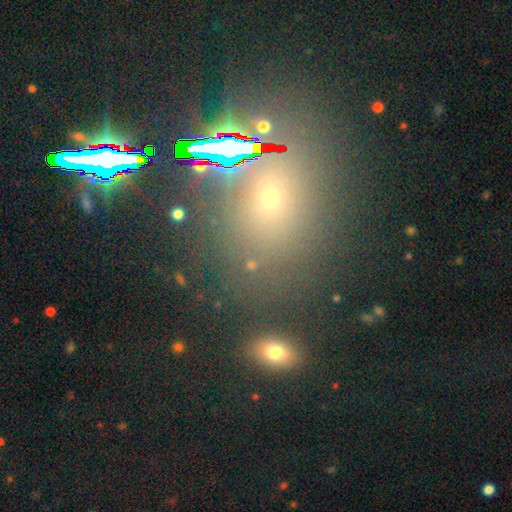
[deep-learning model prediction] This appears to be a star or artifact, not a galaxy (49%).